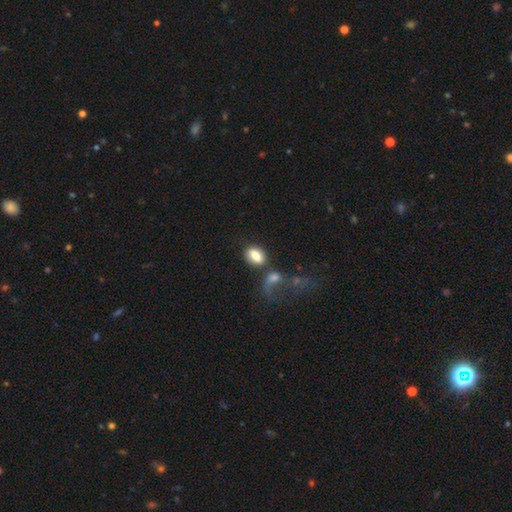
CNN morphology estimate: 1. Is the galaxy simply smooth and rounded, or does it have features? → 79% smooth, 13% featured or disk, 9% star or artifact.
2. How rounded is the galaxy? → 83% in between, 14% round, 3% cigar-shaped.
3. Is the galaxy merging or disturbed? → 47% none, 29% merger, 13% minor disturbance, 10% major disturbance.